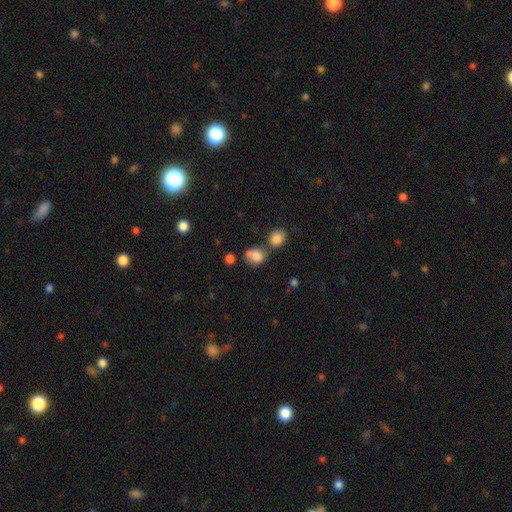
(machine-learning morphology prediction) Smooth or featured? smooth (80%)
How rounded? round (55%)
Merging? none (40%)